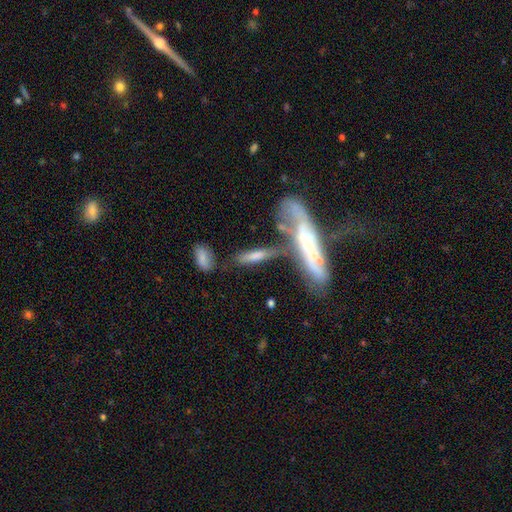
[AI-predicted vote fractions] Overall: smooth (57%; featured or disk 35%). How rounded: cigar-shaped (72%). Merging: none (37%; merger 35%).